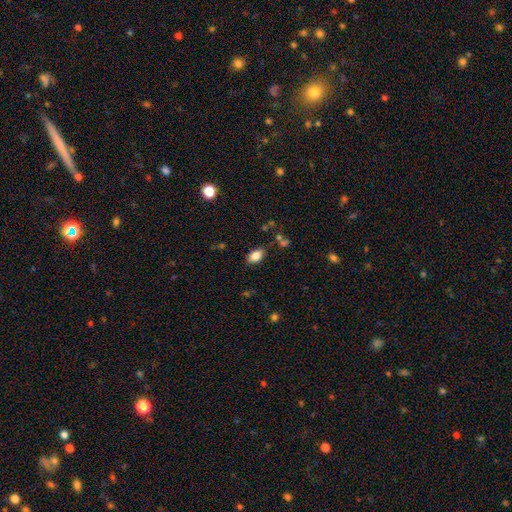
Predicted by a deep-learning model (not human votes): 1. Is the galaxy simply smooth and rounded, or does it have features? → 83% smooth, 9% star or artifact, 8% featured or disk.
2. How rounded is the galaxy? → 89% in between, 9% round, 2% cigar-shaped.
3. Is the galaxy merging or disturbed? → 84% none, 11% minor disturbance, 3% major disturbance, 2% merger.